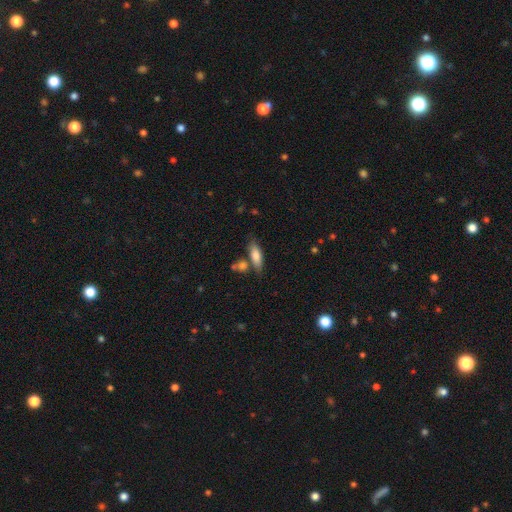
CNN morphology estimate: type=smooth (75%); roundness=in between (55%); merging=none (68%).